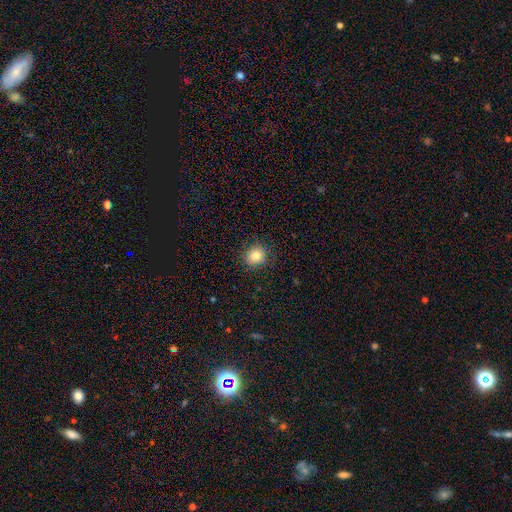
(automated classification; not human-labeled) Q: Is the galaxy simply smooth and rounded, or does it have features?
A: smooth — 84%.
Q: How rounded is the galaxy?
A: round — 77%.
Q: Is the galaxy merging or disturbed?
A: none — 87%.